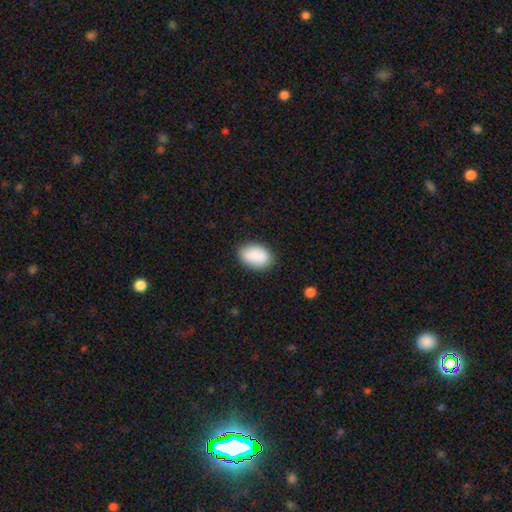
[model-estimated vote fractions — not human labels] Smooth or featured? Predicted: smooth (p=0.89). How rounded? Predicted: in between (p=0.89). Merging? Predicted: none (p=0.85).